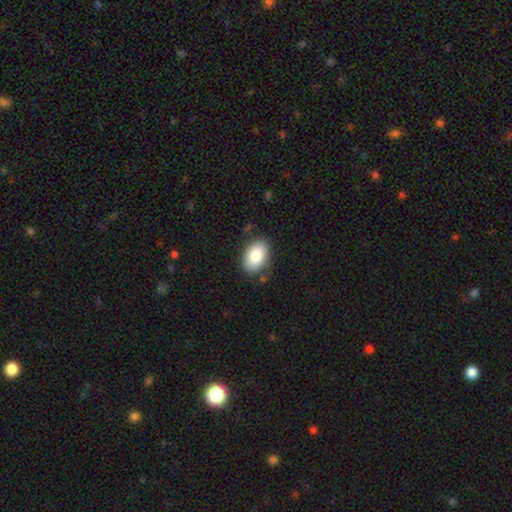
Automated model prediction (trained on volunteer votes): smooth 86%, featured or disk 8%, star or artifact 6%. Down the decision tree: how rounded — in between (91%); merging — none (83%).